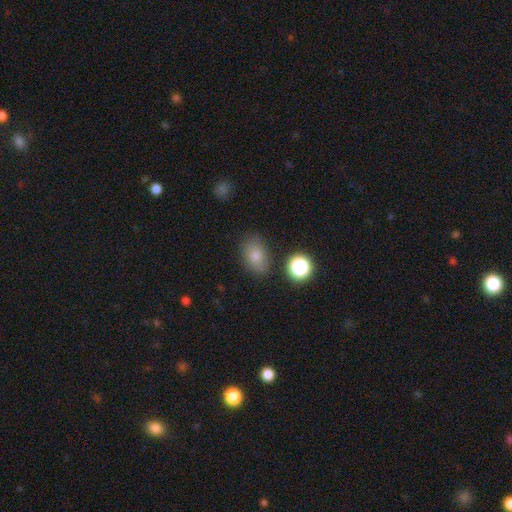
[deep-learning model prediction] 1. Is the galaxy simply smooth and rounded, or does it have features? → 78% smooth, 12% star or artifact, 9% featured or disk.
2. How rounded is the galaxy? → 79% in between, 20% round, 1% cigar-shaped.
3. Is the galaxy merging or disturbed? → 78% none, 15% minor disturbance, 4% major disturbance, 3% merger.